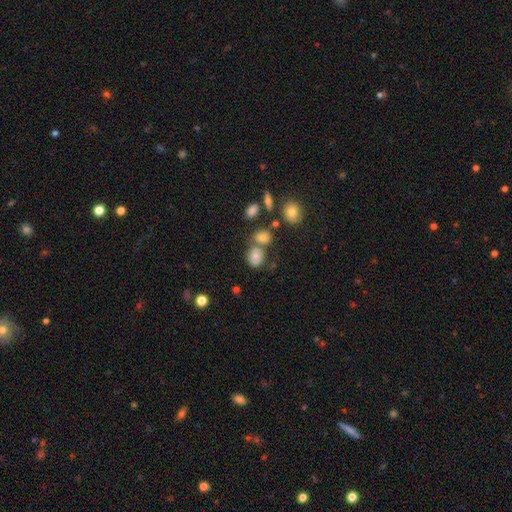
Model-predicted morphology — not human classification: This is likely a smooth galaxy (66%). How rounded: possibly round (58%). Merging: possibly none (55%).